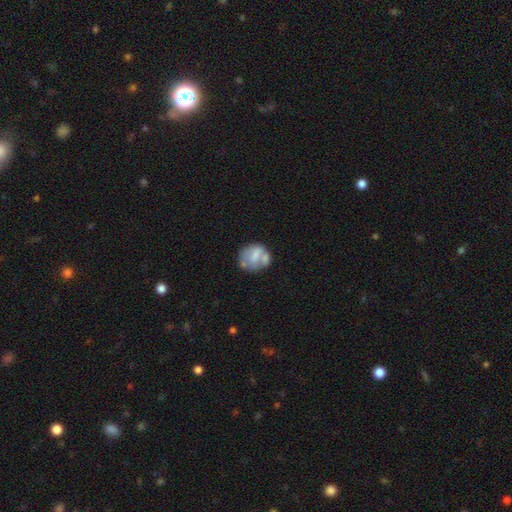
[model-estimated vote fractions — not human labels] Overall: smooth (55%; featured or disk 37%). How rounded: round (71%). Merging: none (43%; minor disturbance 22%).